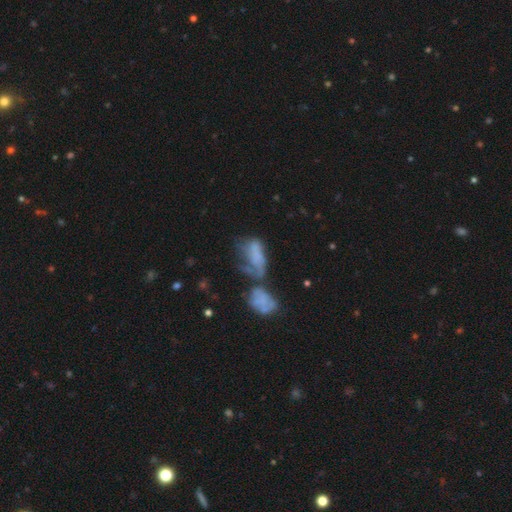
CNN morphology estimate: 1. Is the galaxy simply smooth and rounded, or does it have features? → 47% smooth, 38% featured or disk, 15% star or artifact.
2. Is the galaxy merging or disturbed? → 49% merger, 25% major disturbance, 15% none, 11% minor disturbance.